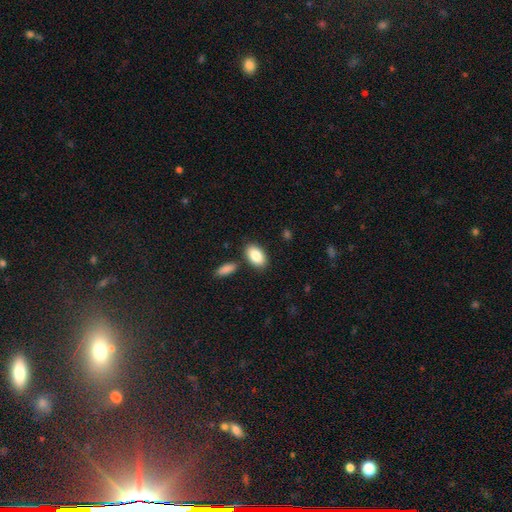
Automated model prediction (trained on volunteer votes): Morphology: type=smooth (87%); roundness=in between (92%); merging=none (80%).